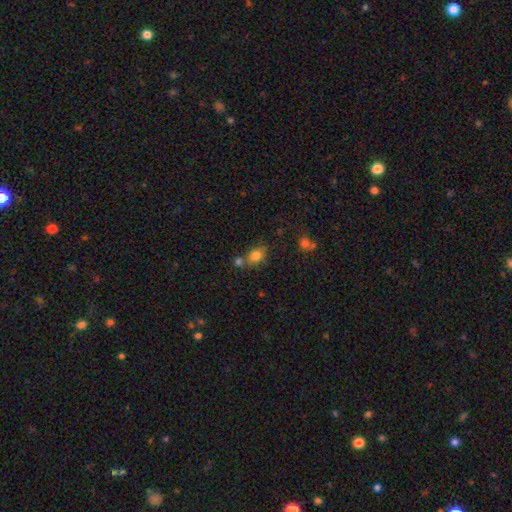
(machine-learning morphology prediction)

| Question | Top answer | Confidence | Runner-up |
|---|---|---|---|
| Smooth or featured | smooth | 82% | star or artifact (11%) |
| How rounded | in between | 50% | round (49%) |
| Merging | none | 59% | merger (24%) |